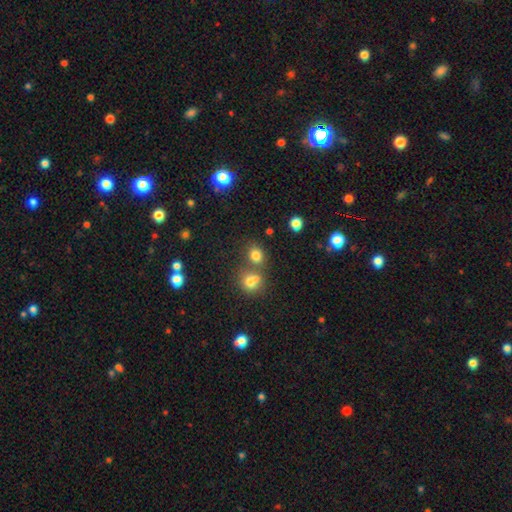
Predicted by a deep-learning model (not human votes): Smooth or featured: smooth — 76% (star or artifact — 15%)
How rounded: round — 62% (in between — 37%)
Merging: none — 56% (merger — 31%)